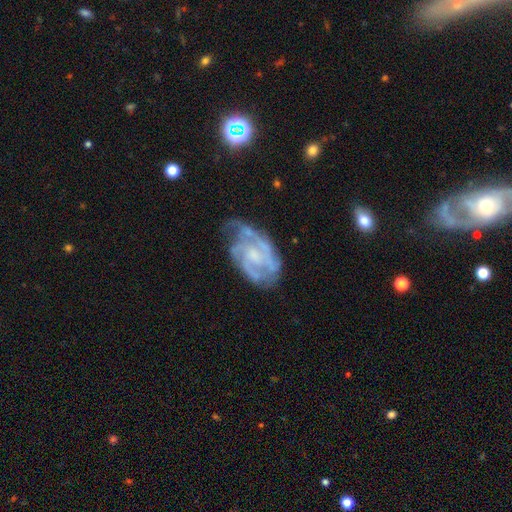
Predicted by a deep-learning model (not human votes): A featured or disk galaxy (84%) with no bar (56%), 2 (33%) tight (49%) spiral arms (93%) and a small central bulge (42%).

Vote fractions:
- Smooth or featured? featured or disk: 84% / smooth: 10% / star or artifact: 6%
- Edge-on disk? no: 97% / yes: 3%
- Bar? no: 56% / weak: 36% / strong: 7%
- Spiral arms? yes: 93% / no: 7%
- Spiral winding? tight: 49% / medium: 41% / loose: 10%
- Spiral arm count? 2: 33% / 3: 25% / can't tell: 25% / 4: 7% / 1: 5% / more than 4: 4%
- Bulge size? small: 42% / moderate: 29% / none: 25% / large: 3% / dominant: 1%
- Merging? none: 54% / minor disturbance: 28% / major disturbance: 16% / merger: 2%